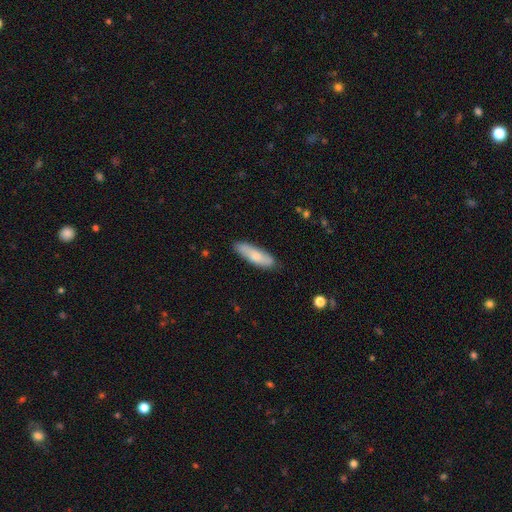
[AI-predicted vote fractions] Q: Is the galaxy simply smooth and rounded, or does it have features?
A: smooth — 72%.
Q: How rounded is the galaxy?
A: cigar-shaped — 61%.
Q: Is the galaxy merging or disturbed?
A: none — 81%.